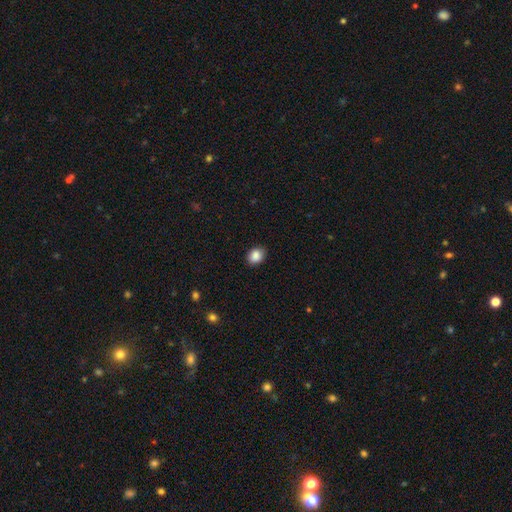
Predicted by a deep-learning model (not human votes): A smooth galaxy with no disk features (88%) that is in between round and cigar-shaped (51%).

Vote fractions:
- Smooth or featured? smooth: 88% / star or artifact: 9% / featured or disk: 3%
- How rounded? in between: 51% / round: 48% / cigar-shaped: 1%
- Merging? none: 89% / minor disturbance: 8% / major disturbance: 2% / merger: 1%